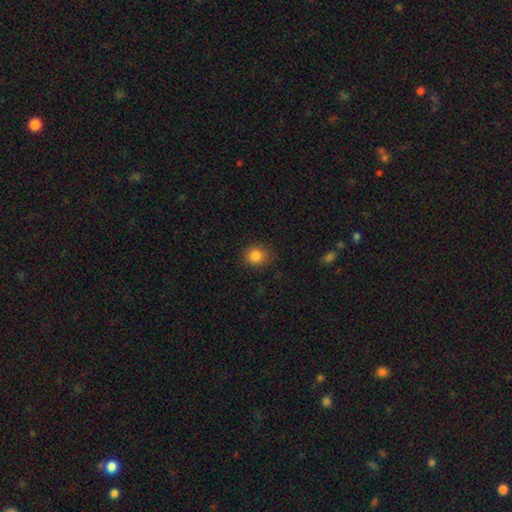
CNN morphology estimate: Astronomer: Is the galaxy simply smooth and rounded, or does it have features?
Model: smooth — 85%.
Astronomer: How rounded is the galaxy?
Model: round — 77%.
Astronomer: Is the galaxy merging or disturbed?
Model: none — 85%.